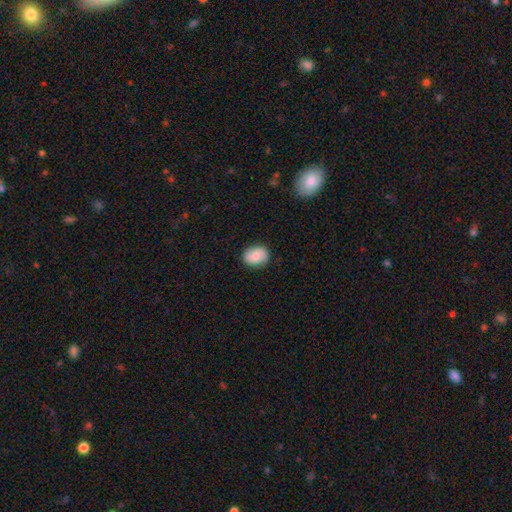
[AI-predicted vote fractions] The model was most divided on "how rounded": round: 51%, in between: 48%, cigar-shaped: 1%. More confident: merging — none (83%); smooth or featured — smooth (73%).